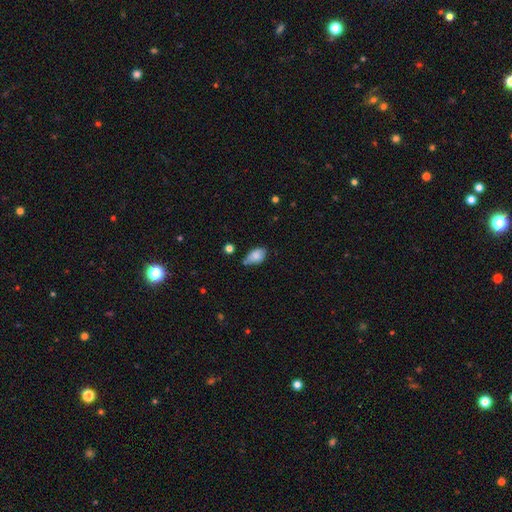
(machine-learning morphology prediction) smooth_or_featured: smooth (p=0.80) [alt: featured or disk p=0.12]
how_rounded: in between (p=0.90) [alt: round p=0.08]
merging: none (p=0.44) [alt: minor disturbance p=0.41]